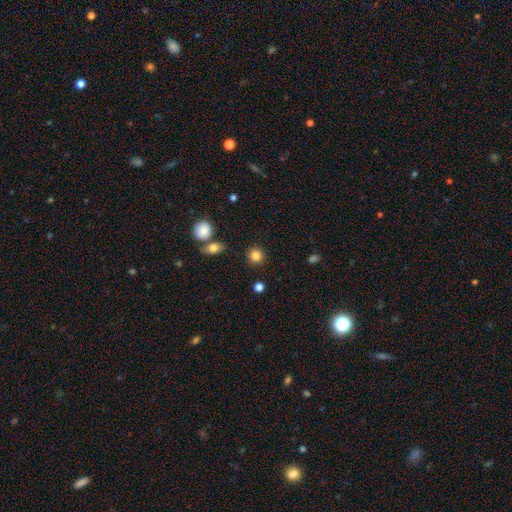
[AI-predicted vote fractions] smooth_or_featured: smooth (p=0.84) [alt: star or artifact p=0.10]
how_rounded: round (p=0.90) [alt: in between p=0.09]
merging: none (p=0.88) [alt: minor disturbance p=0.06]